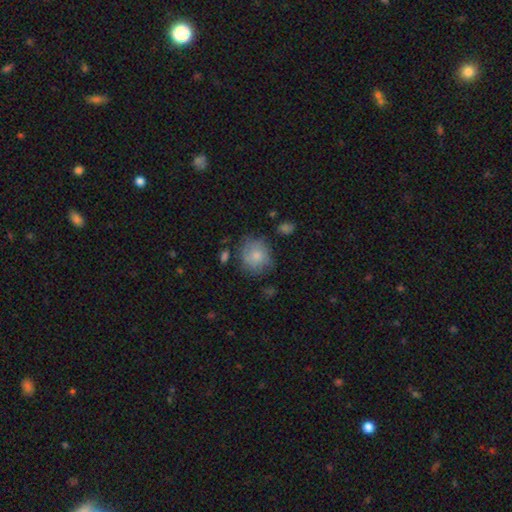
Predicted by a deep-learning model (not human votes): A smooth galaxy with no disk features (76%) that is round (76%). Merging: none (62%).